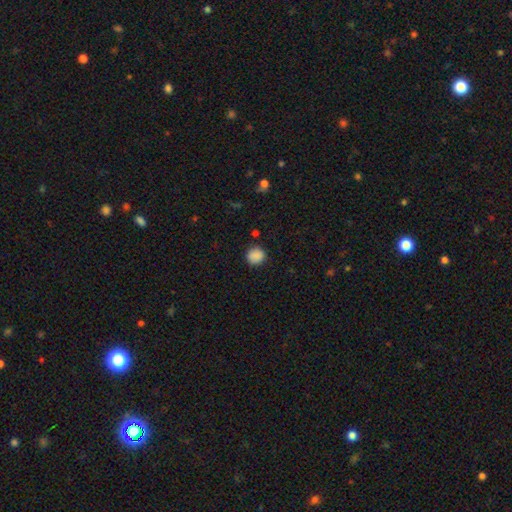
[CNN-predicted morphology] A smooth galaxy with no disk features (87%) that is round (86%).

Vote fractions:
- Smooth or featured? smooth: 87% / star or artifact: 9% / featured or disk: 3%
- How rounded? round: 86% / in between: 13% / cigar-shaped: 1%
- Merging? none: 84% / minor disturbance: 11% / major disturbance: 3% / merger: 2%